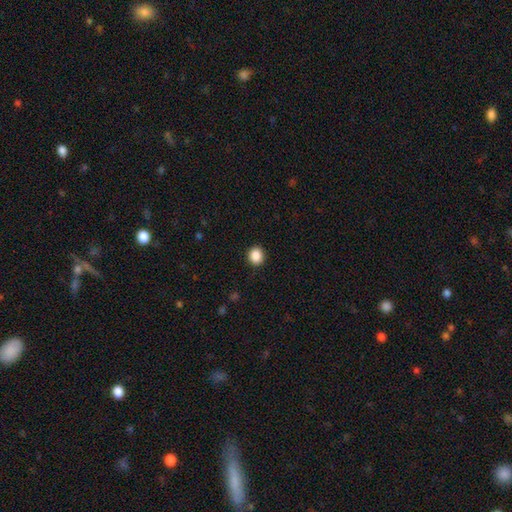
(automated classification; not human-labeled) The model was most divided on "how rounded": round: 80%, in between: 19%, cigar-shaped: 1%. More confident: merging — none (92%); smooth or featured — smooth (88%).